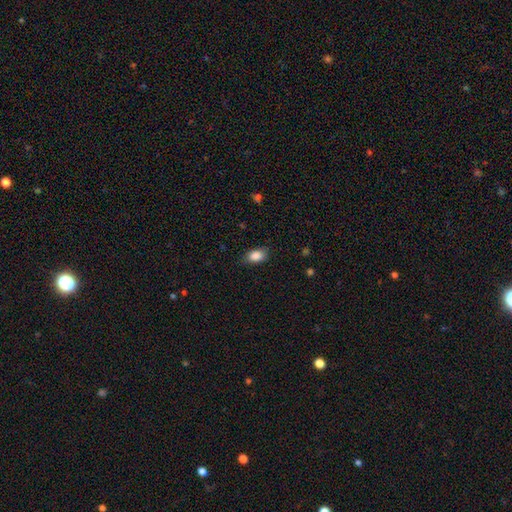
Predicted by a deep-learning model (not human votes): Smooth or featured? smooth (87%)
How rounded? in between (86%)
Merging? none (79%)